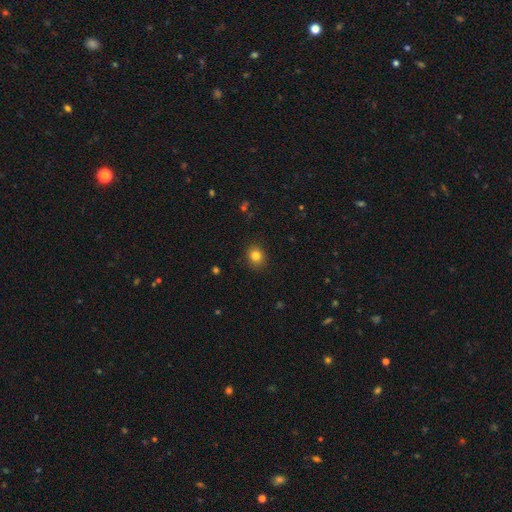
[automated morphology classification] Q: Smooth or featured?
A: smooth (82%); runner-up: star or artifact (12%)
Q: How rounded?
A: round (80%); runner-up: in between (19%)
Q: Merging?
A: none (90%); runner-up: minor disturbance (7%)